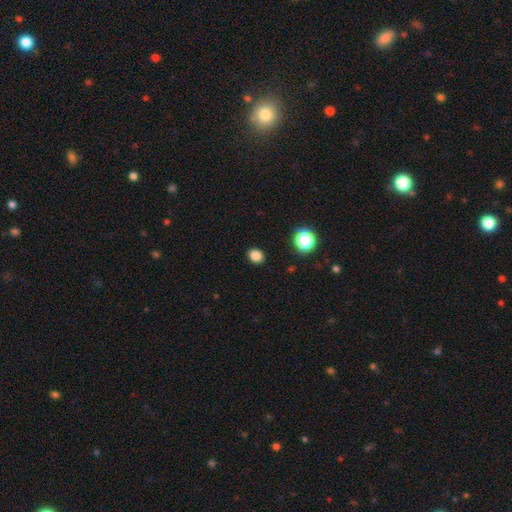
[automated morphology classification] This appears to be a smooth galaxy with no disk features (83%) that is round (59%). Merging: none (90%).